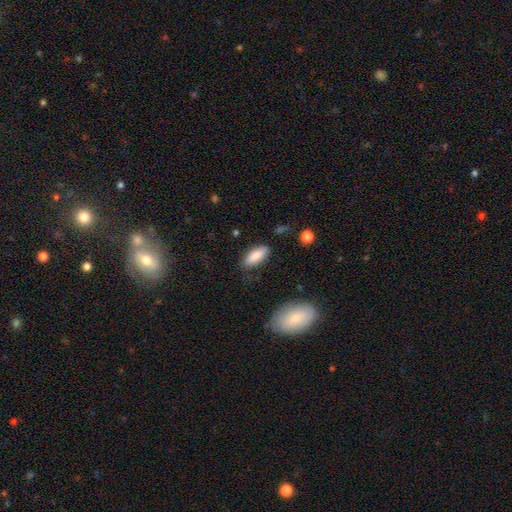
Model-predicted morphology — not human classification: Overall: smooth (85%). How rounded: in between (75%). Merging: none (80%).